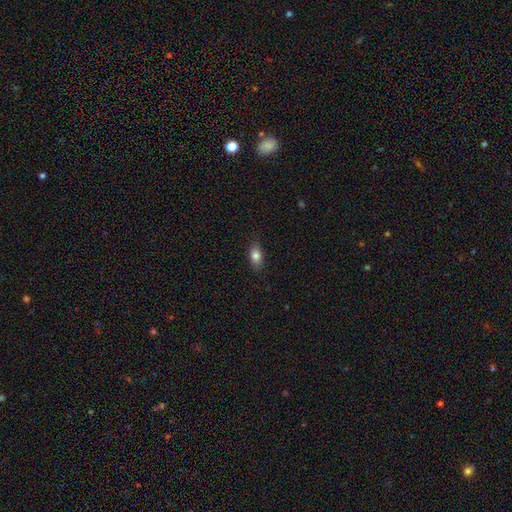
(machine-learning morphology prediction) This appears to be a smooth galaxy with no disk features (81%) that is in between round and cigar-shaped (85%). Merging: none (85%).